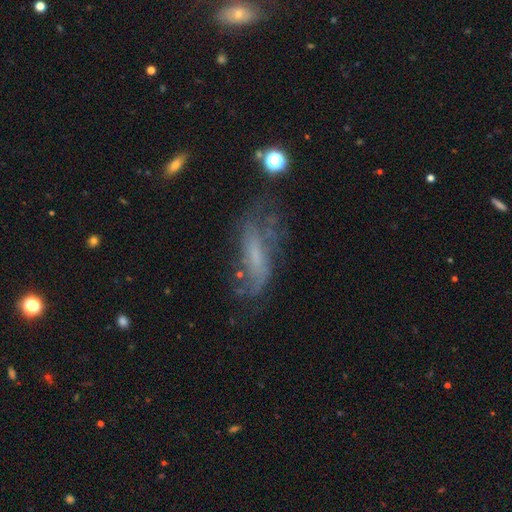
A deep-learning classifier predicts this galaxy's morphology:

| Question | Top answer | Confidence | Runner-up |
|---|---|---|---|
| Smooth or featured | featured or disk | 58% | smooth (30%) |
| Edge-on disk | no | 82% | yes (18%) |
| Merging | none | 47% | minor disturbance (24%) |